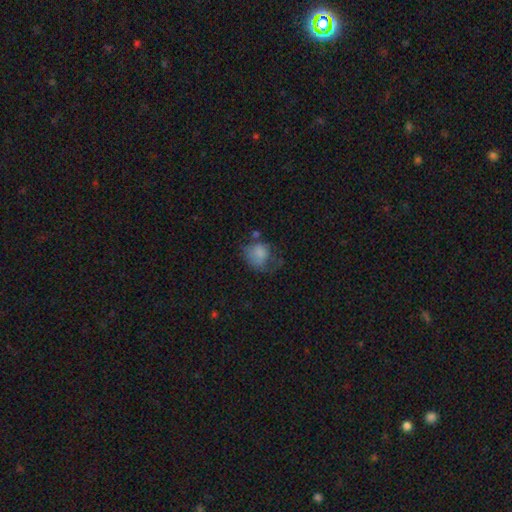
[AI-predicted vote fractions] This is likely a smooth galaxy (68%). How rounded: likely round (65%). Merging: marginally none (40%).